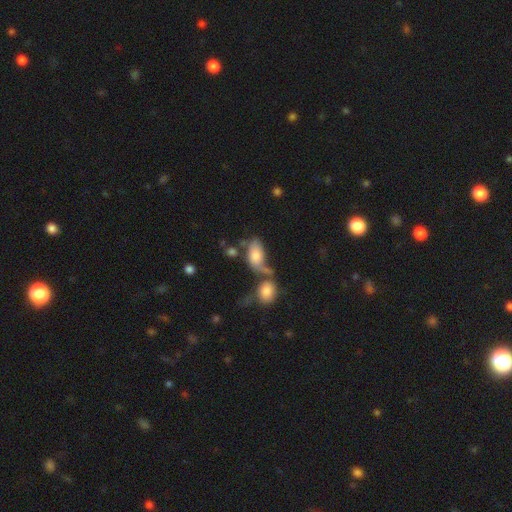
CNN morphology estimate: Smooth or featured?
  - smooth: 70% *
  - featured or disk: 21%
  - star or artifact: 9%
How rounded?
  - in between: 90% *
  - round: 6%
  - cigar-shaped: 4%
Merging?
  - merger: 42% *
  - none: 27%
  - minor disturbance: 17%
  - major disturbance: 14%